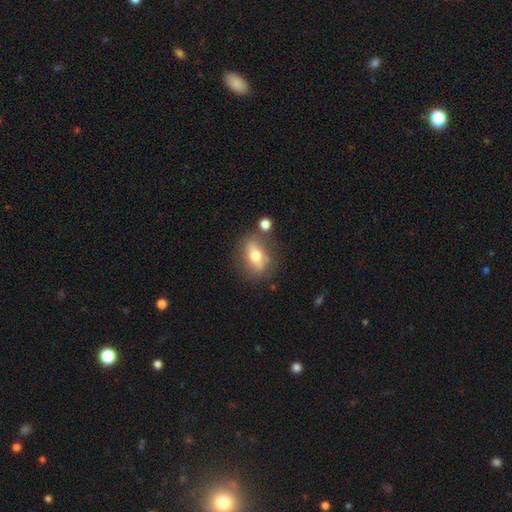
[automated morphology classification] smooth-or-featured: smooth: 57% | featured or disk: 34% | star or artifact: 9%
  how-rounded: in between: 71% | round: 19% | cigar-shaped: 10%
  merging: none: 69% | minor disturbance: 15% | merger: 9% | major disturbance: 6%